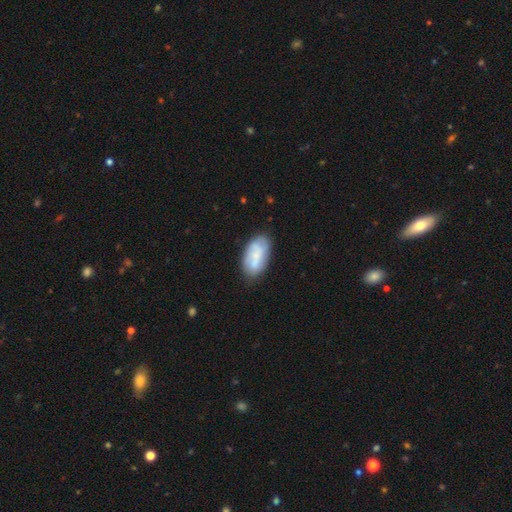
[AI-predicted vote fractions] smooth 62%, featured or disk 31%, star or artifact 7%. Down the decision tree: how rounded — in between (93%); merging — none (70%).